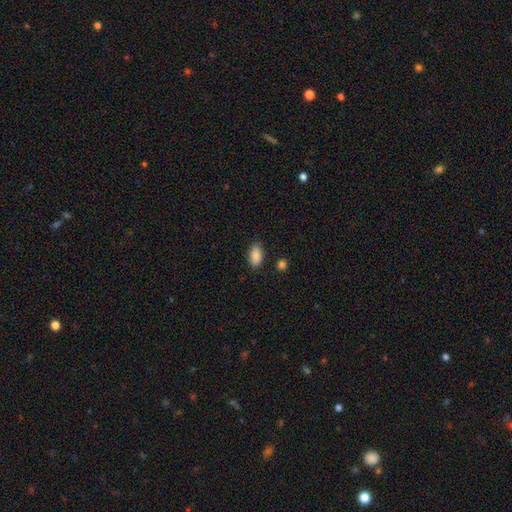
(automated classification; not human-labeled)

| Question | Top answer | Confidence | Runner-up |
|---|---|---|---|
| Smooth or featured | smooth | 89% | star or artifact (7%) |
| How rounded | in between | 93% | round (4%) |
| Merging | none | 85% | minor disturbance (10%) |